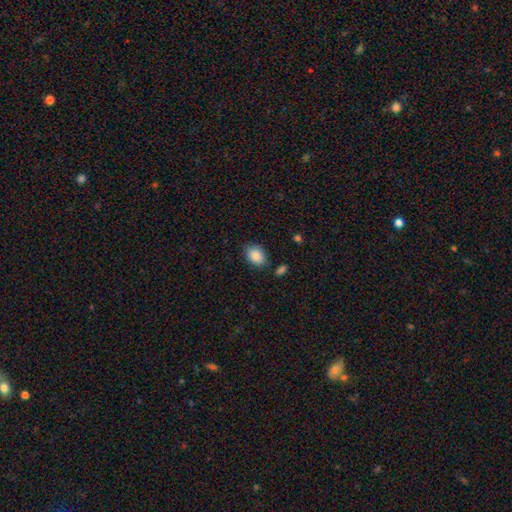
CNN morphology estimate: Smooth or featured?
  - smooth: 89% *
  - star or artifact: 7%
  - featured or disk: 4%
How rounded?
  - in between: 76% *
  - round: 23%
  - cigar-shaped: 1%
Merging?
  - none: 77% *
  - minor disturbance: 15%
  - merger: 4%
  - major disturbance: 4%